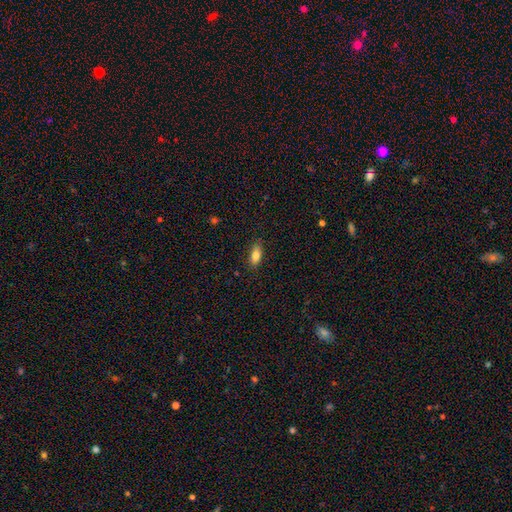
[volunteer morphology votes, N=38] A smooth galaxy with no disk features (89%) that is in between round and cigar-shaped (62%).

Vote fractions:
- Smooth or featured? smooth: 89% / featured or disk: 8% / star or artifact: 3%
- How rounded? in between: 62% / cigar-shaped: 35% / round: 3%
- Merging? none: 92% / minor disturbance: 5% / major disturbance: 3% / merger: 0%